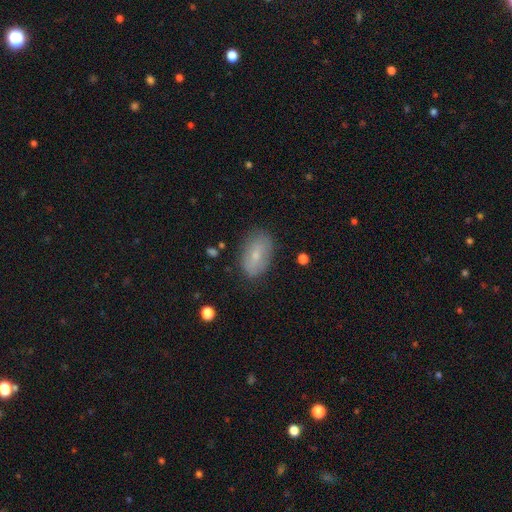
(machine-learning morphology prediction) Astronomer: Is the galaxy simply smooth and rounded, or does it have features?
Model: smooth — 68%.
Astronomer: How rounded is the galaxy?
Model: in between — 91%.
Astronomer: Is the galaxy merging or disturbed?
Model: none — 81%.